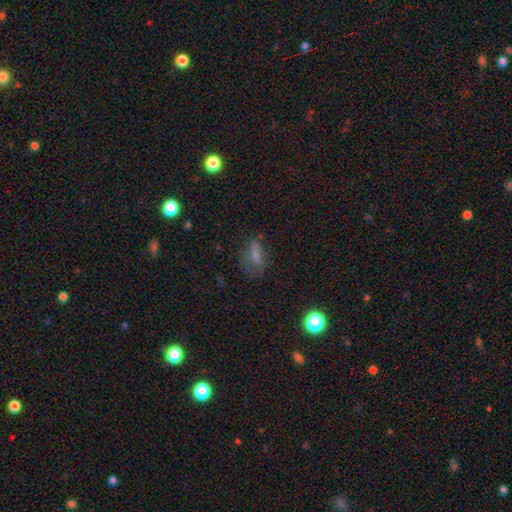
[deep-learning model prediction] A smooth galaxy with no disk features (52%) that is in between round and cigar-shaped (63%). Merging: none (59%).